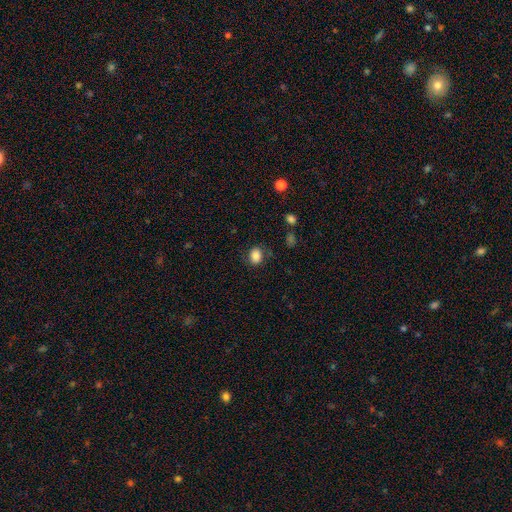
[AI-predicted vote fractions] This appears to be a smooth galaxy with no disk features (85%) that is in between round and cigar-shaped (58%). Merging: none (81%).